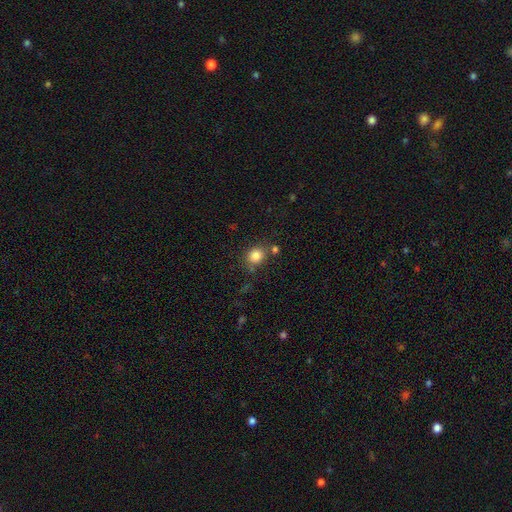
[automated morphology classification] Overall: smooth (83%). How rounded: round (76%). Merging: none (73%).